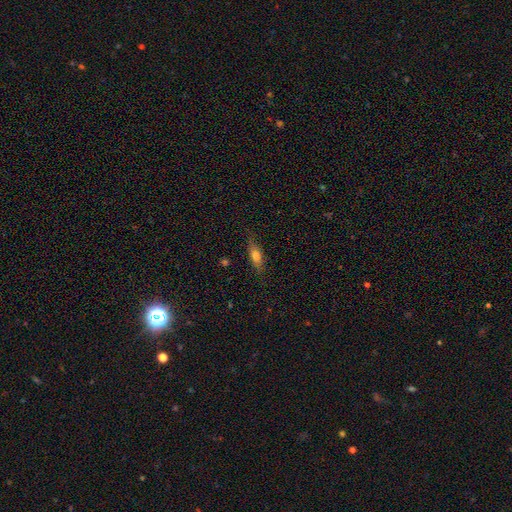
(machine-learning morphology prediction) smooth 65%, featured or disk 27%, star or artifact 8%. Down the decision tree: how rounded — in between (54%); merging — none (78%).